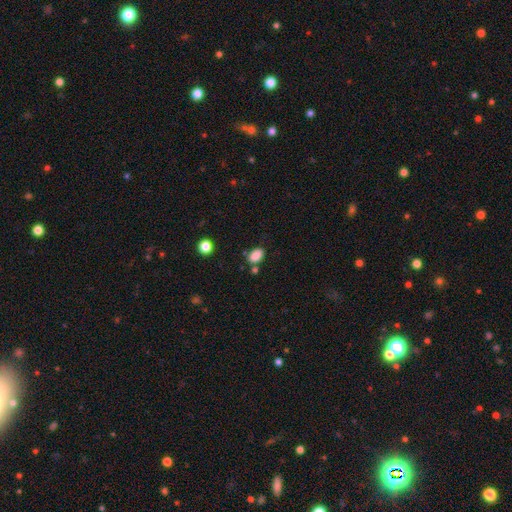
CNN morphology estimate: smooth-or-featured: smooth: 86% | star or artifact: 10% | featured or disk: 4%
  how-rounded: in between: 86% | round: 13% | cigar-shaped: 1%
  merging: none: 70% | minor disturbance: 17% | merger: 9% | major disturbance: 4%